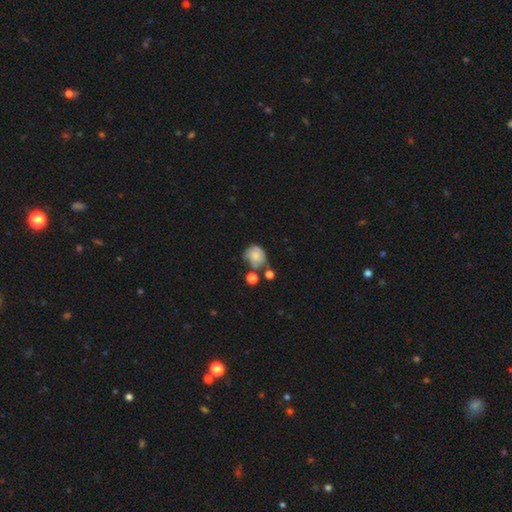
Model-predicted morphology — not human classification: The model was most divided on "merging": none: 39%, minor disturbance: 28%, merger: 18%, major disturbance: 15%. More confident: how rounded — round (68%); smooth or featured — smooth (60%).